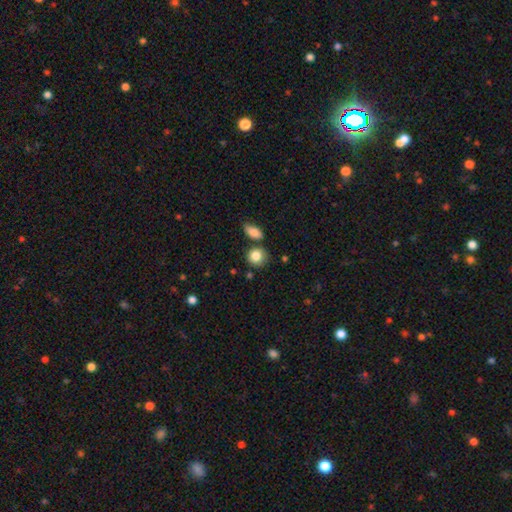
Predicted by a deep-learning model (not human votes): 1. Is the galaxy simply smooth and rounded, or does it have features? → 84% smooth, 8% star or artifact, 7% featured or disk.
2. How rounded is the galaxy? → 77% round, 22% in between, 1% cigar-shaped.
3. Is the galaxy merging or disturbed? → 70% none, 13% minor disturbance, 13% merger, 4% major disturbance.